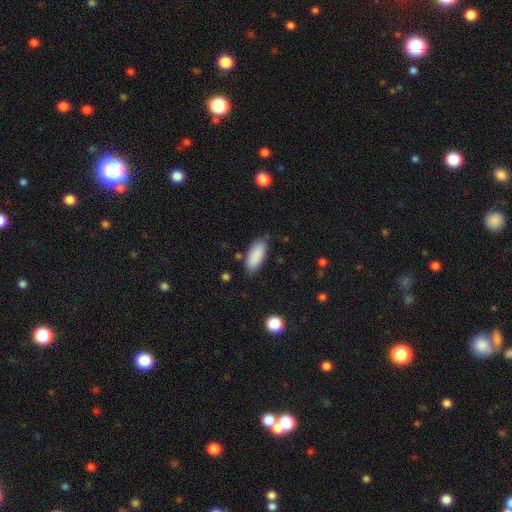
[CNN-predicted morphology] A smooth galaxy with no disk features (89%) that is in between round and cigar-shaped (84%).

Vote fractions:
- Smooth or featured? smooth: 89% / star or artifact: 6% / featured or disk: 5%
- How rounded? in between: 84% / cigar-shaped: 14% / round: 2%
- Merging? none: 80% / minor disturbance: 14% / major disturbance: 3% / merger: 2%